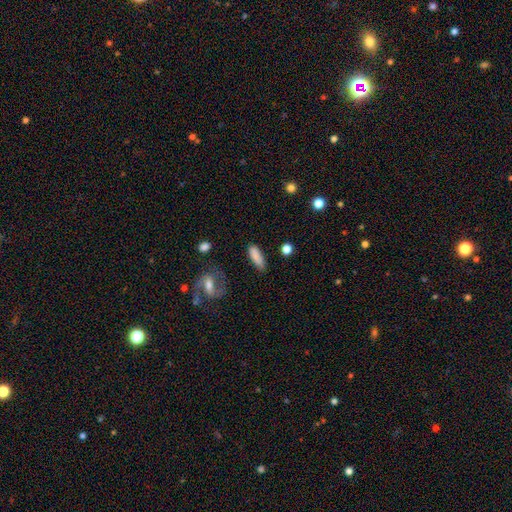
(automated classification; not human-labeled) A smooth galaxy with no disk features (84%) that is cigar-shaped (49%).

Vote fractions:
- Smooth or featured? smooth: 84% / featured or disk: 10% / star or artifact: 7%
- How rounded? cigar-shaped: 49% / in between: 48% / round: 3%
- Merging? none: 78% / minor disturbance: 15% / major disturbance: 5% / merger: 3%